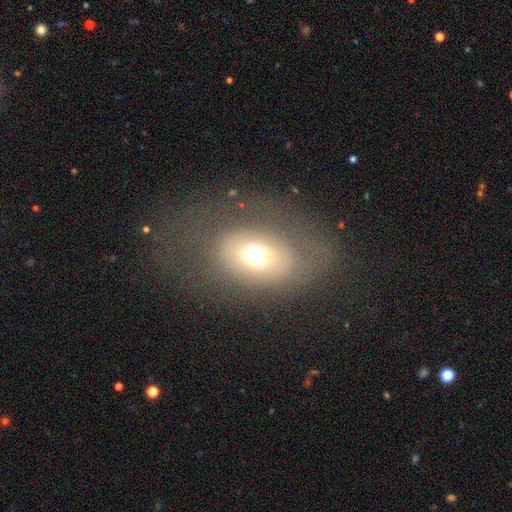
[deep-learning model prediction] Smooth or featured? Predicted: smooth (p=0.60). How rounded? Predicted: in between (p=0.57). Merging? Predicted: none (p=0.57).